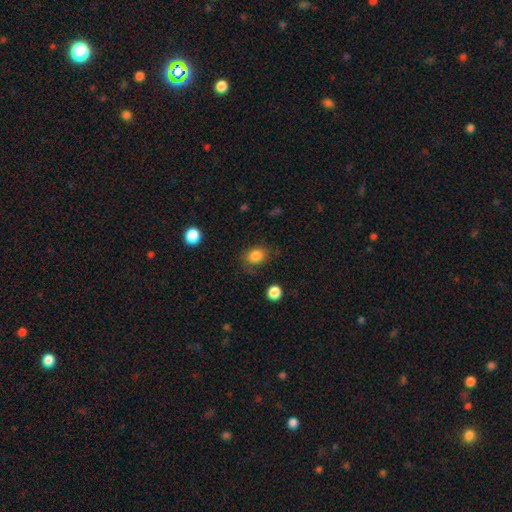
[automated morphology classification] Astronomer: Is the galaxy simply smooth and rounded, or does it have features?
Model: smooth — 84%.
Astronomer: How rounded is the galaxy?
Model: in between — 50% (runner-up: round, 49%).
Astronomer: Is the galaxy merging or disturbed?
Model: none — 74%.